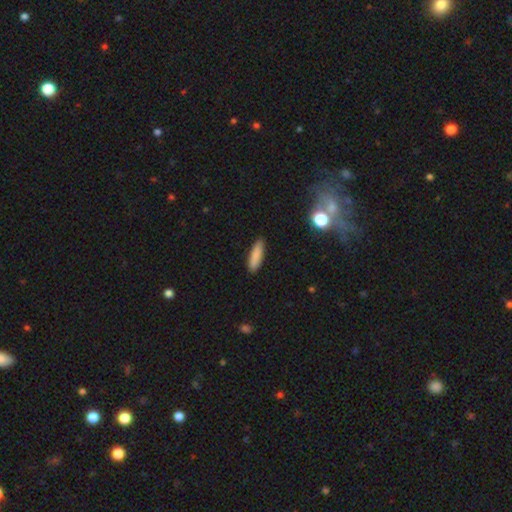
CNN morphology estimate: smooth-or-featured: smooth: 86% | star or artifact: 7% | featured or disk: 7%
  how-rounded: cigar-shaped: 68% | in between: 31% | round: 2%
  merging: none: 88% | minor disturbance: 8% | major disturbance: 2% | merger: 1%